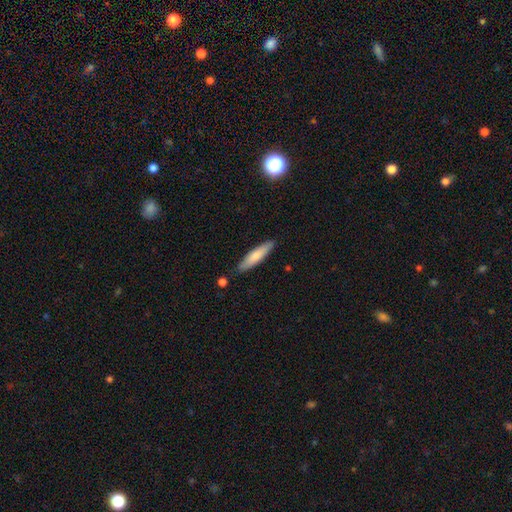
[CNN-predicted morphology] Smooth or featured: smooth — 72% (featured or disk — 22%)
How rounded: cigar-shaped — 76% (in between — 23%)
Merging: none — 86% (minor disturbance — 10%)